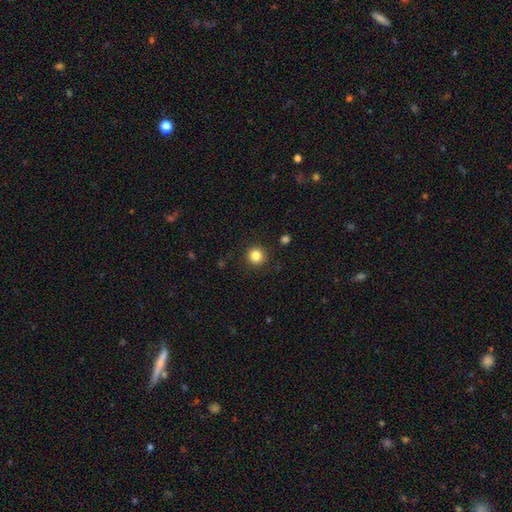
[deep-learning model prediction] This appears to be a smooth galaxy with no disk features (84%) that is round (95%). Merging: none (91%).